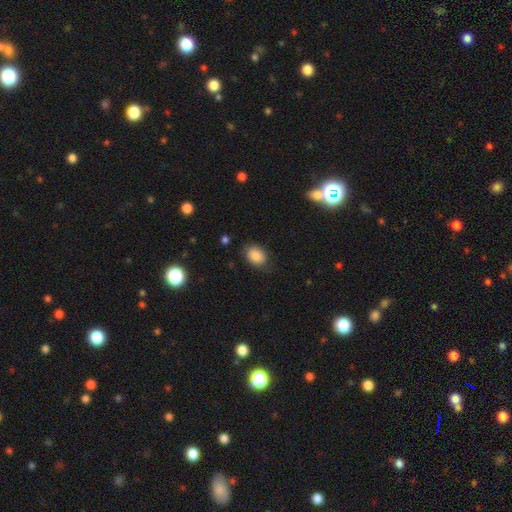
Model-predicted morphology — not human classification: Smooth or featured? smooth (85%)
How rounded? in between (65%)
Merging? none (77%)